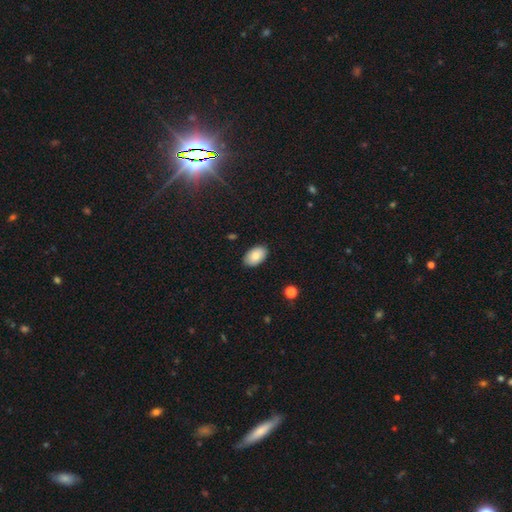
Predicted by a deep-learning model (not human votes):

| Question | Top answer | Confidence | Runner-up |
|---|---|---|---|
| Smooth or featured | smooth | 83% | featured or disk (10%) |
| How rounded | in between | 92% | round (7%) |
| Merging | none | 88% | minor disturbance (9%) |